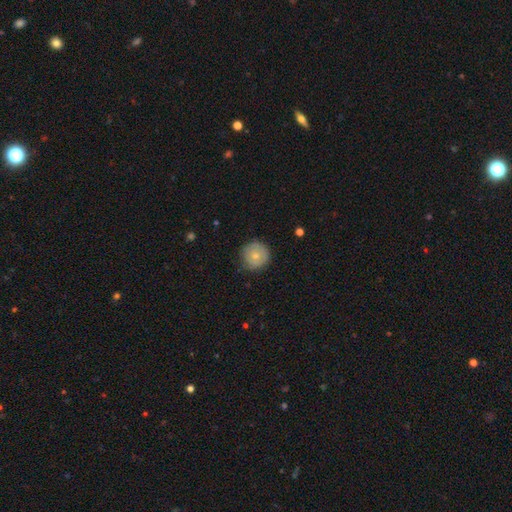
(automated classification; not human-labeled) Q: Smooth or featured?
A: smooth (70%); runner-up: featured or disk (22%)
Q: How rounded?
A: round (94%); runner-up: in between (5%)
Q: Merging?
A: none (81%); runner-up: minor disturbance (14%)